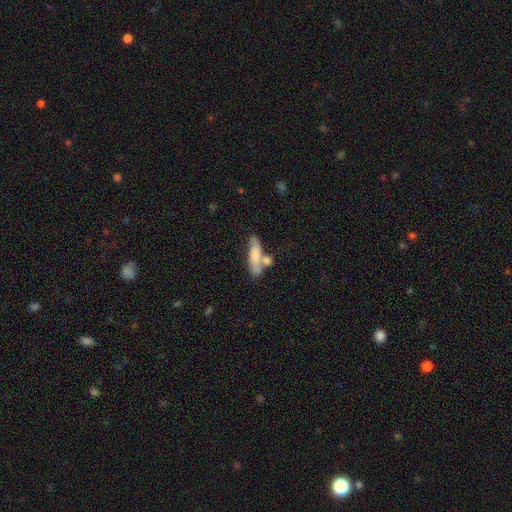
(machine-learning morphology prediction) Q: Smooth or featured?
A: smooth (68%); runner-up: featured or disk (25%)
Q: How rounded?
A: cigar-shaped (52%); runner-up: in between (45%)
Q: Merging?
A: none (43%); runner-up: merger (34%)